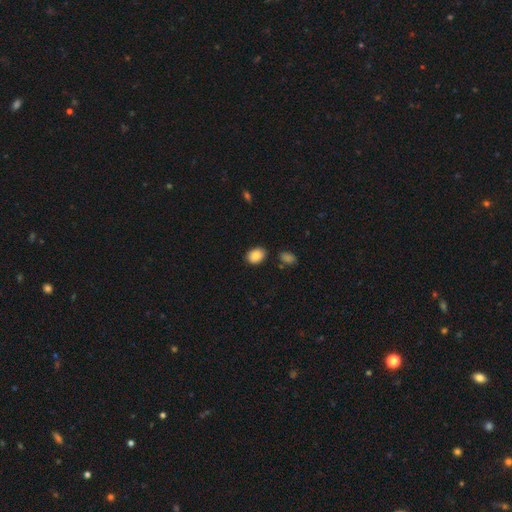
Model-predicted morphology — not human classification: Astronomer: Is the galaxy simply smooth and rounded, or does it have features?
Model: smooth — 87%.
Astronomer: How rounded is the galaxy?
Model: in between — 76%.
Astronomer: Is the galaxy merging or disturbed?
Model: none — 81%.